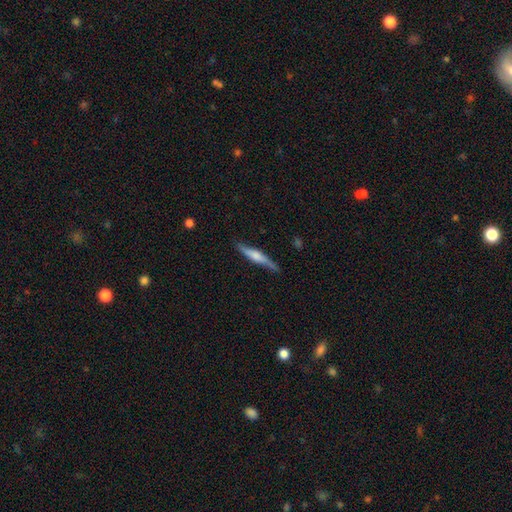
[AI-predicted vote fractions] Q: Smooth or featured?
A: featured or disk (54%); runner-up: smooth (40%)
Q: Edge-on disk?
A: yes (93%); runner-up: no (7%)
Q: Edge-on bulge?
A: rounded (66%); runner-up: boxy (22%)
Q: Merging?
A: none (82%); runner-up: minor disturbance (14%)